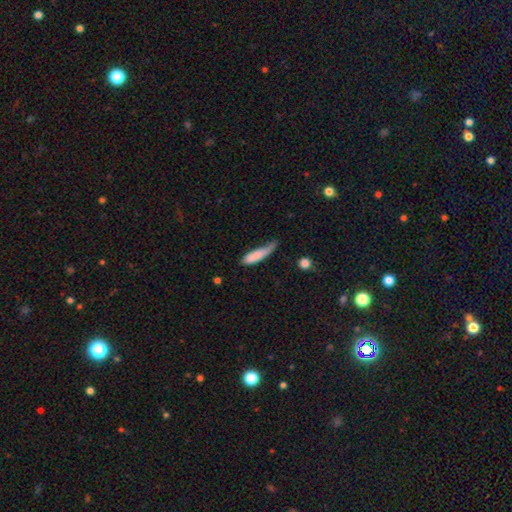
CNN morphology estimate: Overall: smooth (80%). How rounded: cigar-shaped (68%; in between 30%). Merging: minor disturbance (40%; none 34%).